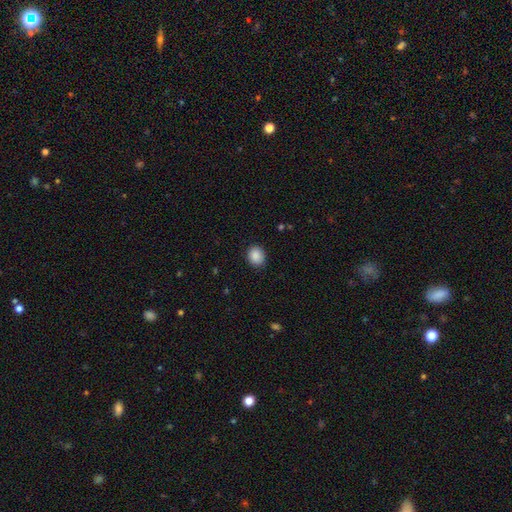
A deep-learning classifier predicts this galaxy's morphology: This is clearly a smooth galaxy (88%). How rounded: likely round (75%). Merging: clearly none (89%).